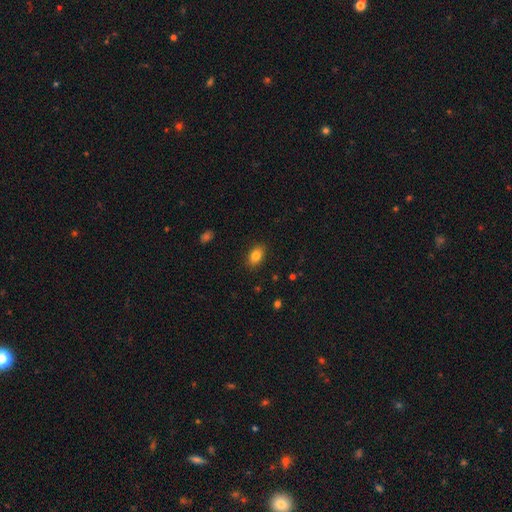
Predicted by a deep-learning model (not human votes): Morphology: type=smooth (83%); roundness=in between (86%); merging=none (87%).